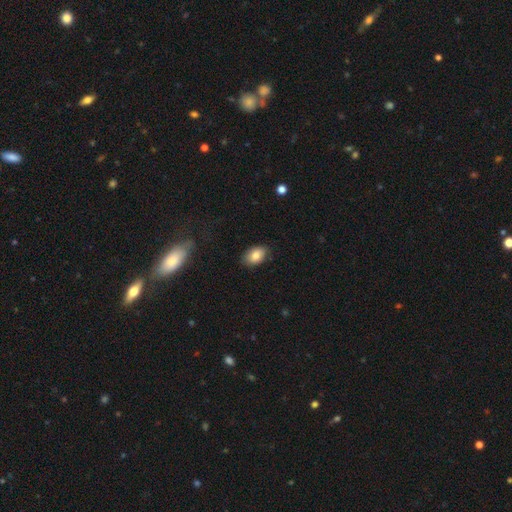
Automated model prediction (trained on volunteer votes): Overall: smooth (82%). How rounded: in between (88%). Merging: none (82%).